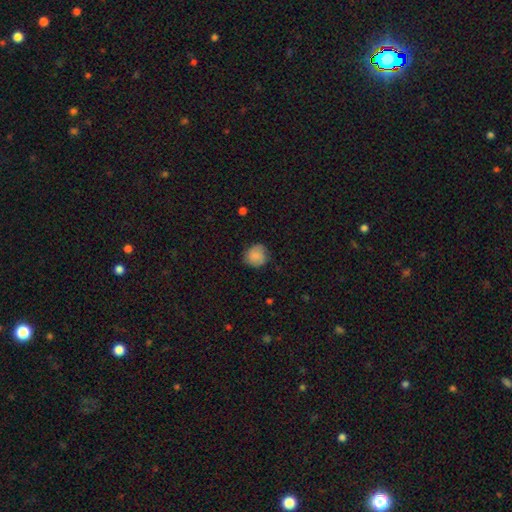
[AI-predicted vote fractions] smooth_or_featured: smooth (p=0.83) [alt: featured or disk p=0.09]
how_rounded: round (p=0.88) [alt: in between p=0.11]
merging: none (p=0.78) [alt: minor disturbance p=0.17]